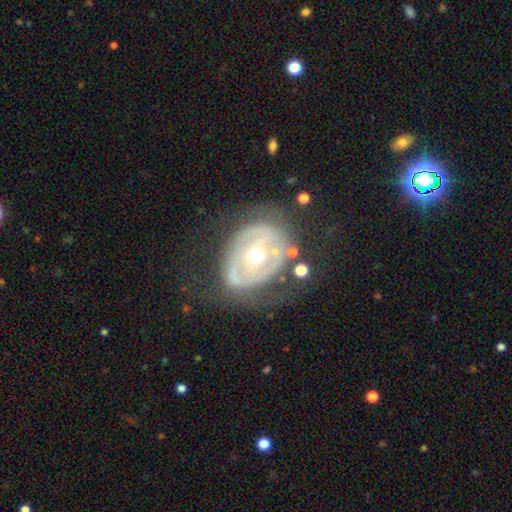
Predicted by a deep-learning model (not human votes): Q: Smooth or featured?
A: featured or disk (76%); runner-up: smooth (18%)
Q: Edge-on disk?
A: no (95%); runner-up: yes (5%)
Q: Bar?
A: no (49%); runner-up: weak (29%)
Q: Spiral arms?
A: no (58%); runner-up: yes (42%)
Q: Bulge size?
A: moderate (74%); runner-up: small (18%)
Q: Merging?
A: none (59%); runner-up: minor disturbance (21%)